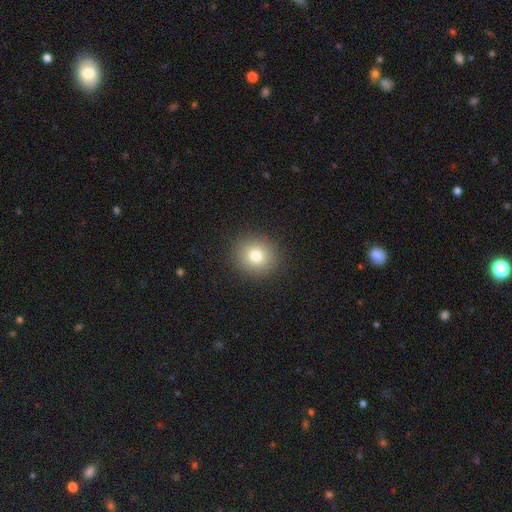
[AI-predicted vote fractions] smooth-or-featured: smooth: 78% | star or artifact: 13% | featured or disk: 9%
  how-rounded: round: 86% | in between: 13% | cigar-shaped: 1%
  merging: none: 91% | minor disturbance: 6% | major disturbance: 2% | merger: 1%